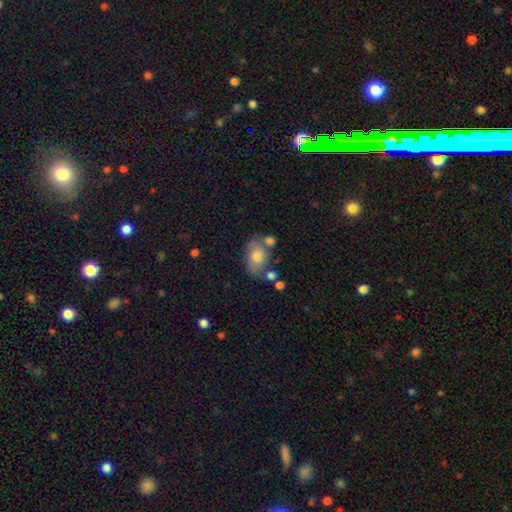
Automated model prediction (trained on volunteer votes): smooth_or_featured: smooth (p=0.68) [alt: featured or disk p=0.24]
how_rounded: in between (p=0.80) [alt: round p=0.19]
merging: none (p=0.52) [alt: minor disturbance p=0.22]